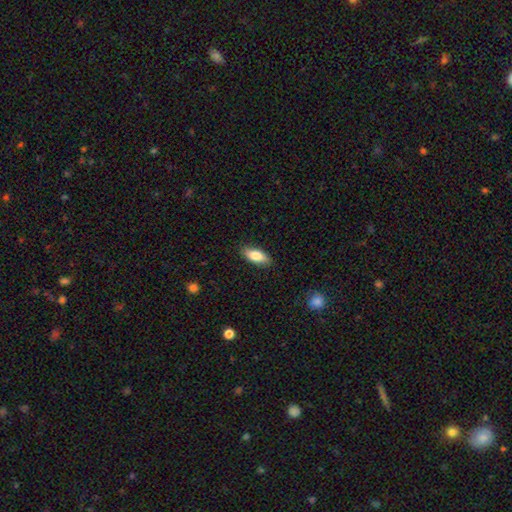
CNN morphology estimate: The model was most divided on "how rounded": in between: 83%, cigar-shaped: 14%, round: 3%. More confident: merging — none (87%); smooth or featured — smooth (82%).